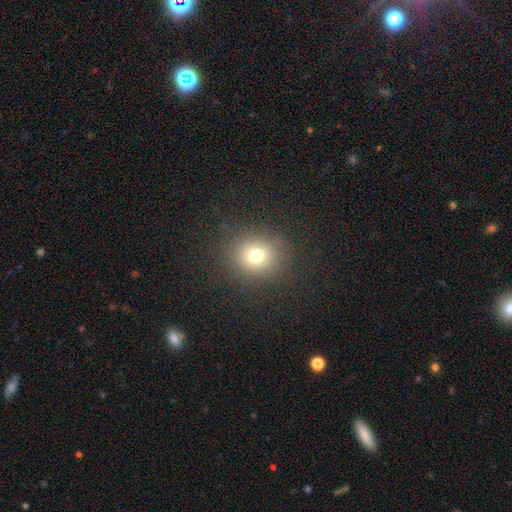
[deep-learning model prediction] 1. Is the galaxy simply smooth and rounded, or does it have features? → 73% smooth, 17% star or artifact, 10% featured or disk.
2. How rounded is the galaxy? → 81% round, 18% in between, 1% cigar-shaped.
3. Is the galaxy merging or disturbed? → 86% none, 8% minor disturbance, 4% major disturbance, 1% merger.